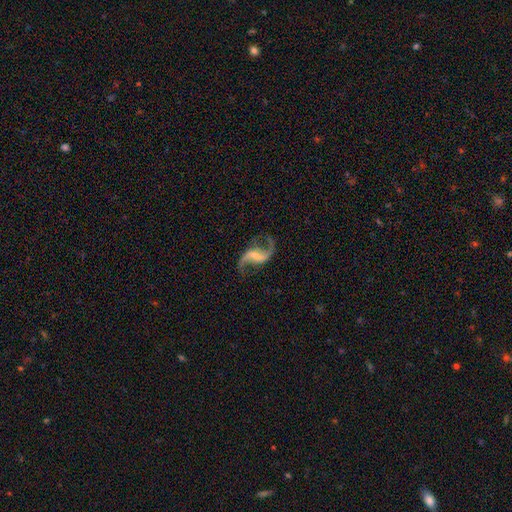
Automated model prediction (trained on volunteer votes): Morphology: type=featured or disk (91%); edge-on=no (98%); bar=weak (45%); spiral arms=yes (97%); winding=loose (84%); arm count=2 (94%); bulge=none (41%); merging=none (77%).